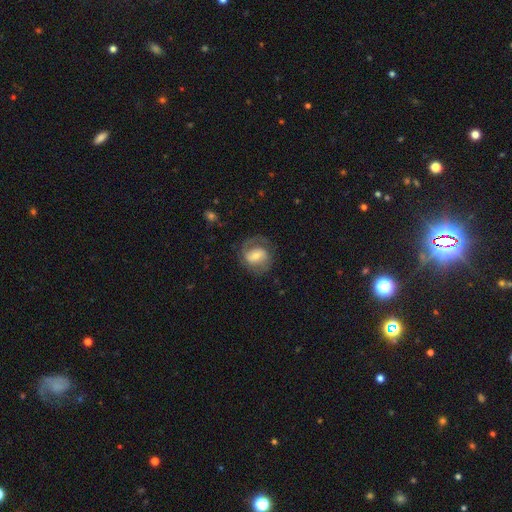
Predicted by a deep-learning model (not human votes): Smooth or featured?
  - featured or disk: 69% *
  - smooth: 24%
  - star or artifact: 7%
Edge-on disk?
  - no: 97% *
  - yes: 3%
Bar?
  - weak: 46% *
  - strong: 27%
  - no: 27%
Spiral arms?
  - yes: 88% *
  - no: 12%
Spiral winding?
  - medium: 46% *
  - tight: 33%
  - loose: 20%
Spiral arm count?
  - 2: 71% *
  - 1: 15%
  - can't tell: 10%
  - 3: 2%
  - 4: 1%
  - more than 4: 1%
Bulge size?
  - small: 45% *
  - moderate: 43%
  - large: 7%
  - none: 4%
  - dominant: 1%
Merging?
  - none: 67% *
  - minor disturbance: 18%
  - major disturbance: 14%
  - merger: 1%